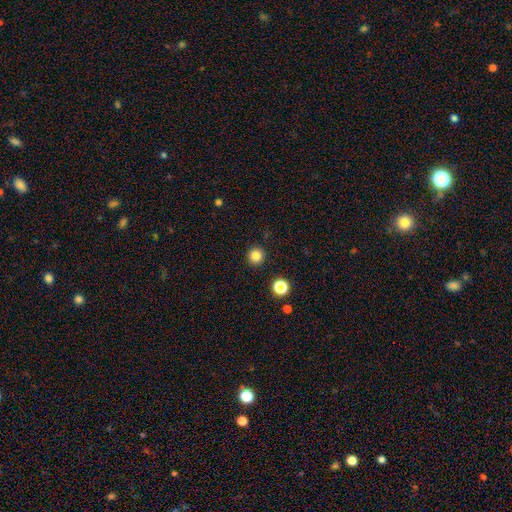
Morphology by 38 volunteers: type=smooth (87%); roundness=round (100%); merging=none (94%).